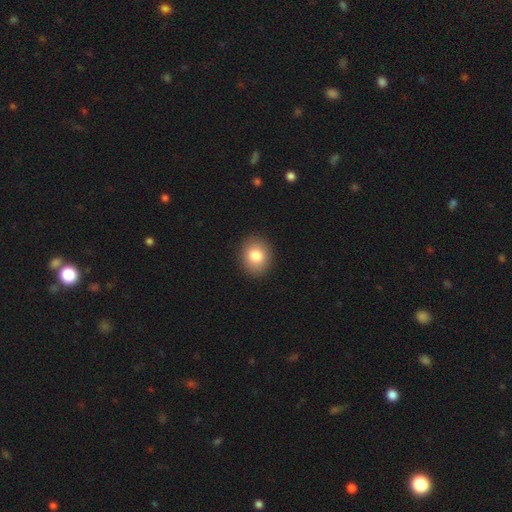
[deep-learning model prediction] This is clearly a smooth galaxy (83%). How rounded: possibly round (57%). Merging: clearly none (91%).